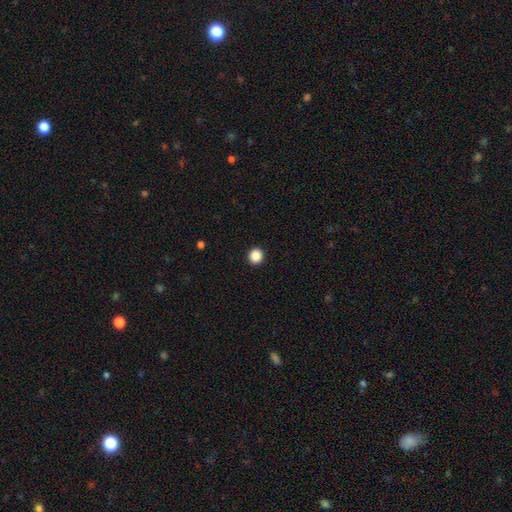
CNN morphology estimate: Smooth or featured? smooth (88%)
How rounded? round (91%)
Merging? none (94%)